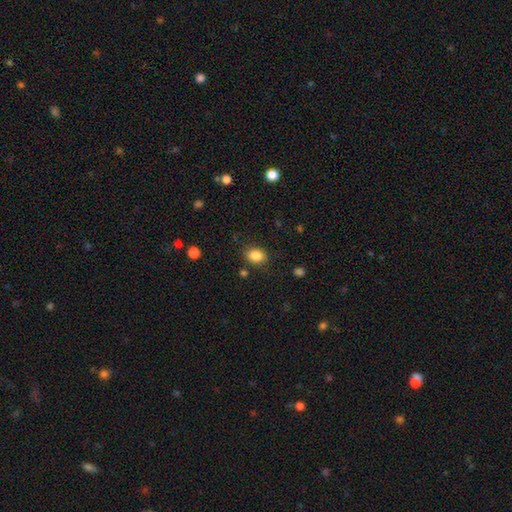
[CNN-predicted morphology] smooth_or_featured: smooth (p=0.86) [alt: star or artifact p=0.09]
how_rounded: in between (p=0.73) [alt: round p=0.26]
merging: none (p=0.81) [alt: minor disturbance p=0.13]